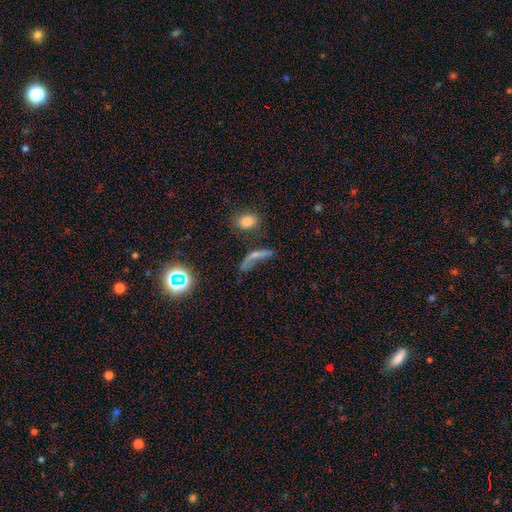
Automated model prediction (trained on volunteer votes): Smooth or featured?
  - smooth: 50% *
  - featured or disk: 29%
  - star or artifact: 20%
How rounded?
  - cigar-shaped: 58% *
  - in between: 34%
  - round: 9%
Merging?
  - none: 36% *
  - major disturbance: 29%
  - minor disturbance: 19%
  - merger: 15%